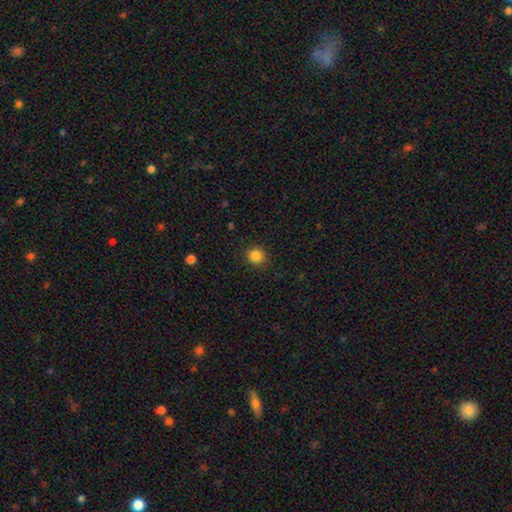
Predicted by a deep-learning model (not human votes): Morphology: type=smooth (85%); roundness=round (87%); merging=none (89%).